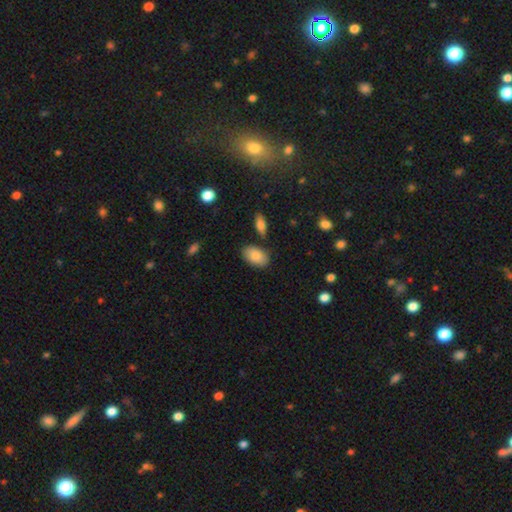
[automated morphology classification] This is clearly a smooth galaxy (84%). How rounded: clearly in between (92%). Merging: clearly none (81%).